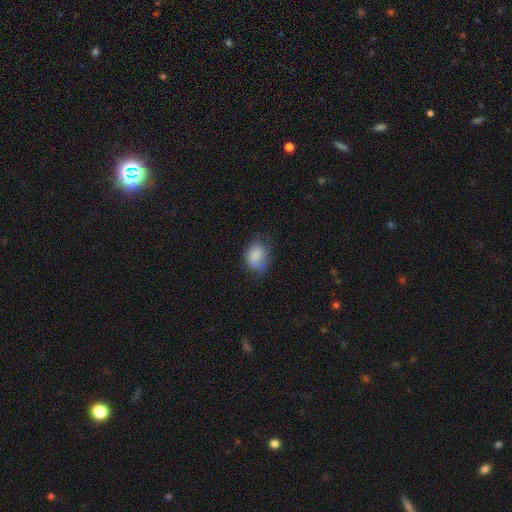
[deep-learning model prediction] A smooth galaxy with no disk features (83%) that is in between round and cigar-shaped (63%). Merging: none (60%).